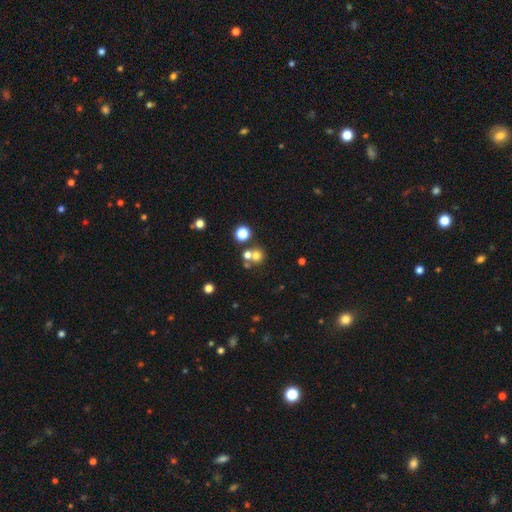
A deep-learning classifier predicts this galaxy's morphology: type=smooth (66%); roundness=round (87%); merging=none (52%).